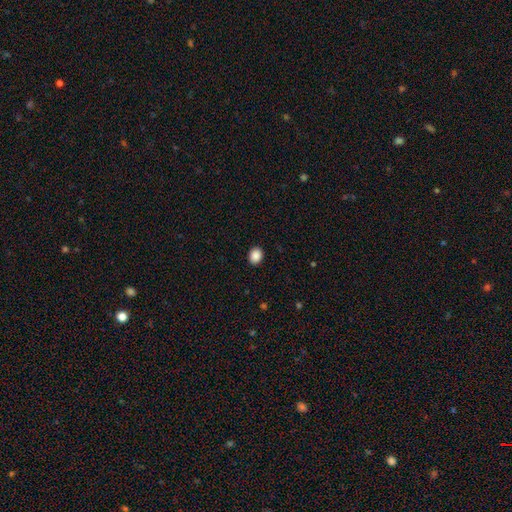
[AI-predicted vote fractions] This is clearly a smooth galaxy (89%). How rounded: possibly round (50%). Merging: clearly none (91%).